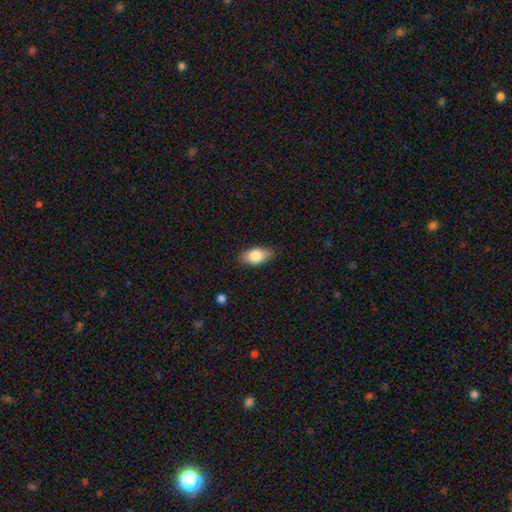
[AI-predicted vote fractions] This appears to be a smooth galaxy with no disk features (80%) that is in between round and cigar-shaped (89%). Merging: none (84%).